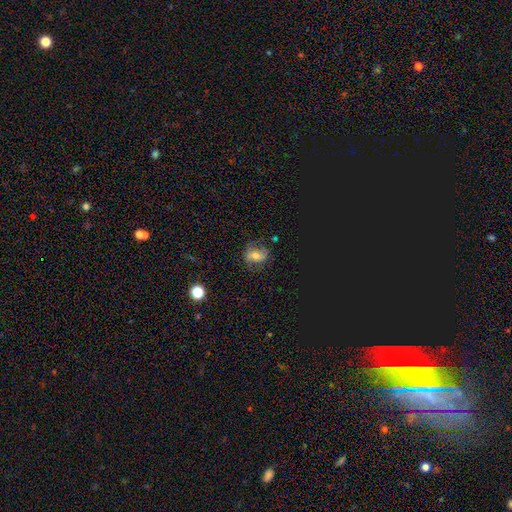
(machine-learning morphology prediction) smooth 44%, featured or disk 40%, star or artifact 16%. Down the decision tree: merging — none (65%).